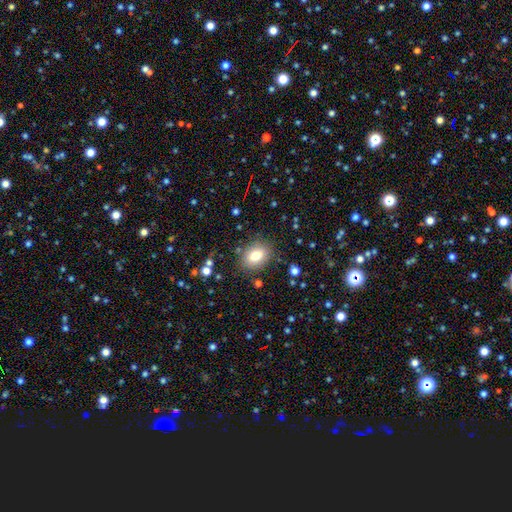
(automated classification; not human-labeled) This is likely a smooth galaxy (78%). How rounded: likely in between (69%). Merging: clearly none (84%).